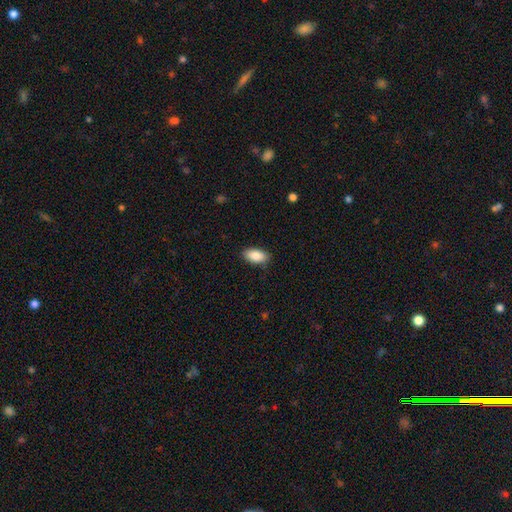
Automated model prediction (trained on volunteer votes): This appears to be a smooth galaxy with no disk features (89%) that is in between round and cigar-shaped (93%). Merging: none (88%).